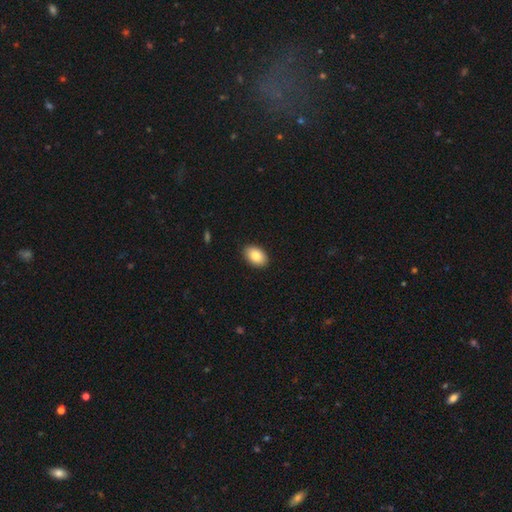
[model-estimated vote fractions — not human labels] smooth_or_featured: smooth (p=0.85) [alt: featured or disk p=0.08]
how_rounded: in between (p=0.90) [alt: round p=0.09]
merging: none (p=0.90) [alt: minor disturbance p=0.08]